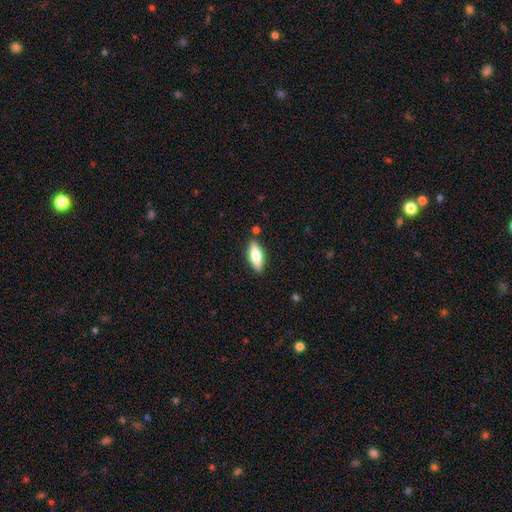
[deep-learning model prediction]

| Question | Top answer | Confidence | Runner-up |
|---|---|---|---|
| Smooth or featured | smooth | 56% | featured or disk (38%) |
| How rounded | in between | 57% | cigar-shaped (40%) |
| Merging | none | 86% | minor disturbance (10%) |